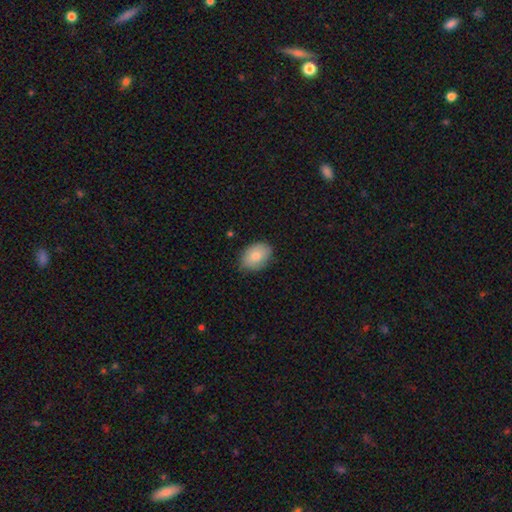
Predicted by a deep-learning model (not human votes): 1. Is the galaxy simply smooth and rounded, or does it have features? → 83% smooth, 10% featured or disk, 6% star or artifact.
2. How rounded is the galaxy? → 81% in between, 18% round, 1% cigar-shaped.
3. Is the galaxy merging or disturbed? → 82% none, 15% minor disturbance, 3% major disturbance, 1% merger.